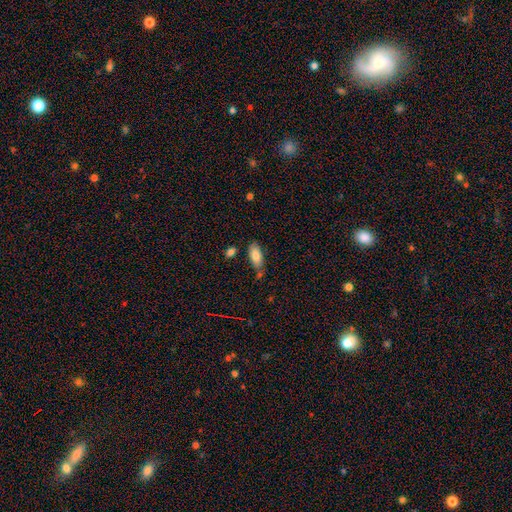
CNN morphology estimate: A smooth galaxy with no disk features (80%) that is in between round and cigar-shaped (88%). Merging: none (65%).